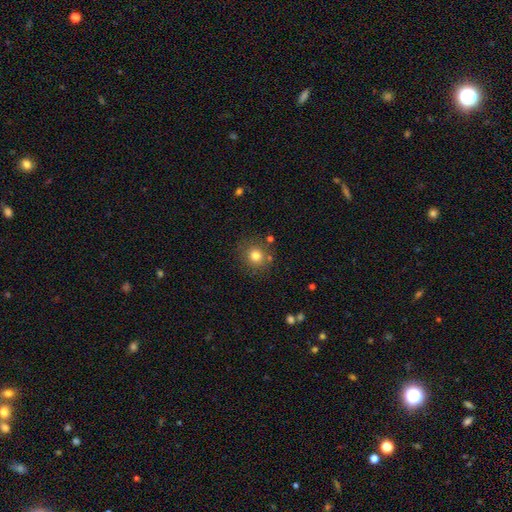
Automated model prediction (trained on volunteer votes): A smooth galaxy with no disk features (79%) that is round (88%). Merging: none (82%).